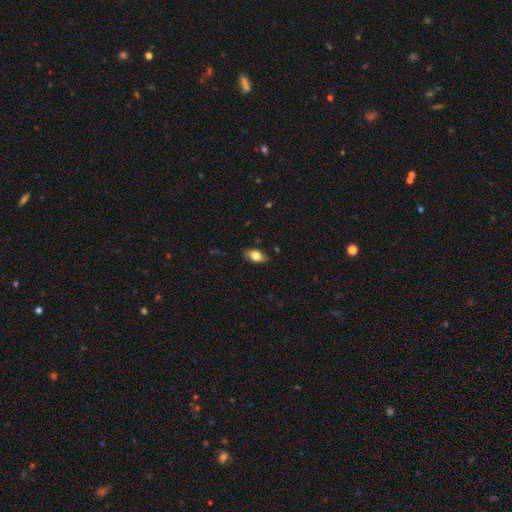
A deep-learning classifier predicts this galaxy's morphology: smooth_or_featured: smooth (p=0.78) [alt: featured or disk p=0.15]
how_rounded: in between (p=0.88) [alt: cigar-shaped p=0.06]
merging: none (p=0.83) [alt: minor disturbance p=0.13]